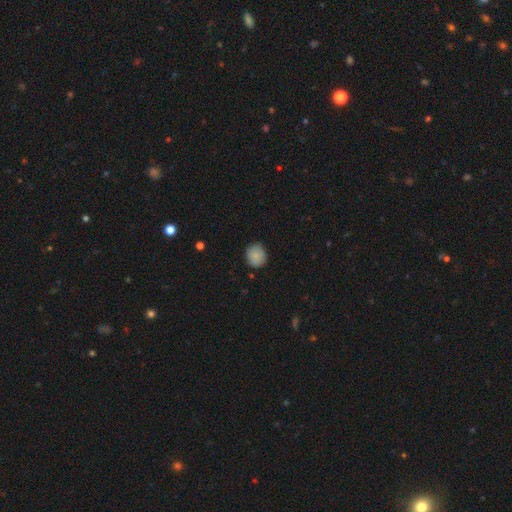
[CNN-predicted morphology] Smooth or featured?
  - smooth: 84% *
  - featured or disk: 8%
  - star or artifact: 8%
How rounded?
  - round: 81% *
  - in between: 18%
  - cigar-shaped: 1%
Merging?
  - none: 84% *
  - minor disturbance: 12%
  - major disturbance: 2%
  - merger: 1%